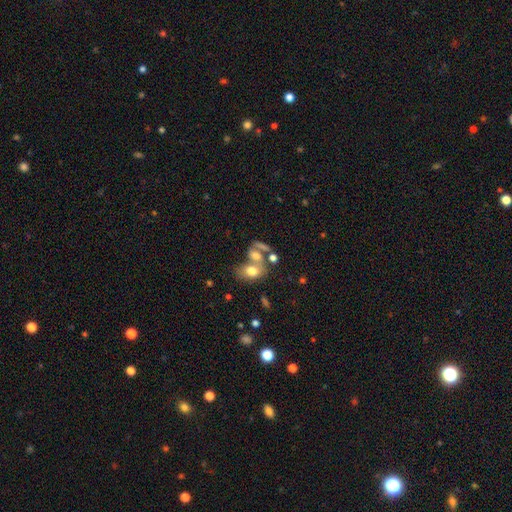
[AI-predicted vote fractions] The model was most divided on "merging": merger: 54%, none: 25%, major disturbance: 11%, minor disturbance: 10%. More confident: how rounded — in between (78%); smooth or featured — smooth (64%).